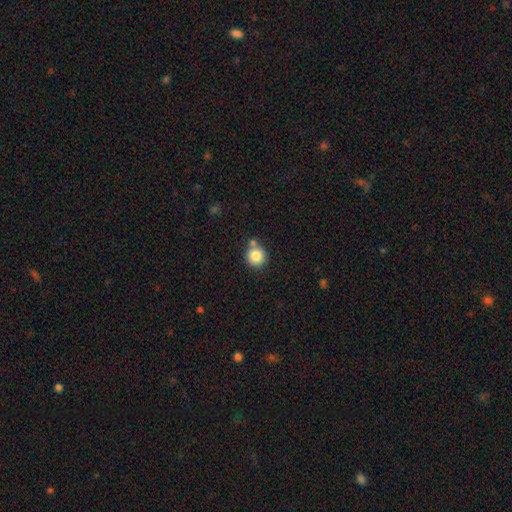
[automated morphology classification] This is clearly a smooth galaxy (85%). How rounded: clearly round (92%). Merging: likely none (69%).